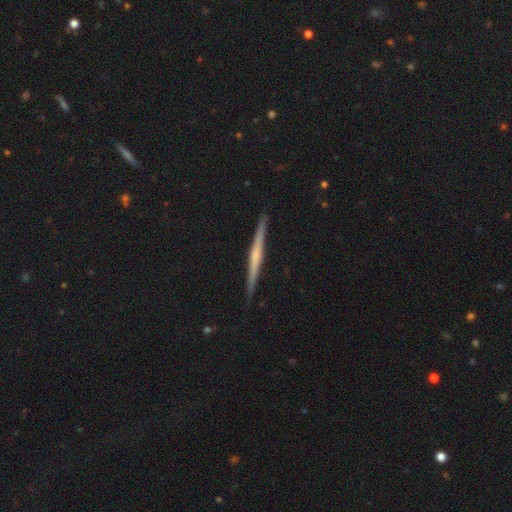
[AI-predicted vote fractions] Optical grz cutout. It shows a featured or disk galaxy (66%) viewed edge-on (98%) with no central bulge (55%). Merging: none (91%).